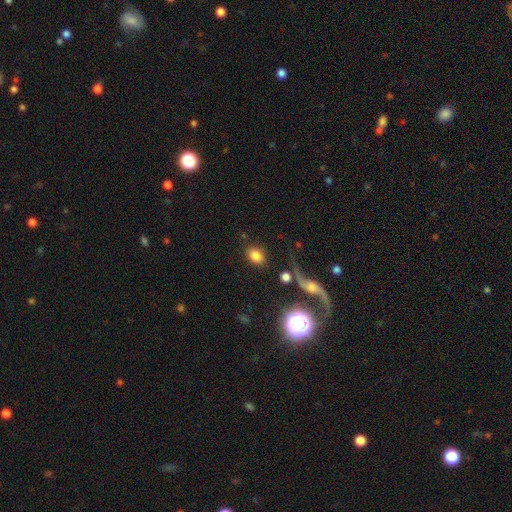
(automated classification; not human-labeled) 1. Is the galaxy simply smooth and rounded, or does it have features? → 78% smooth, 11% featured or disk, 11% star or artifact.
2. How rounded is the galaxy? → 55% in between, 43% round, 2% cigar-shaped.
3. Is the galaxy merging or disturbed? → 78% none, 10% minor disturbance, 6% major disturbance, 6% merger.